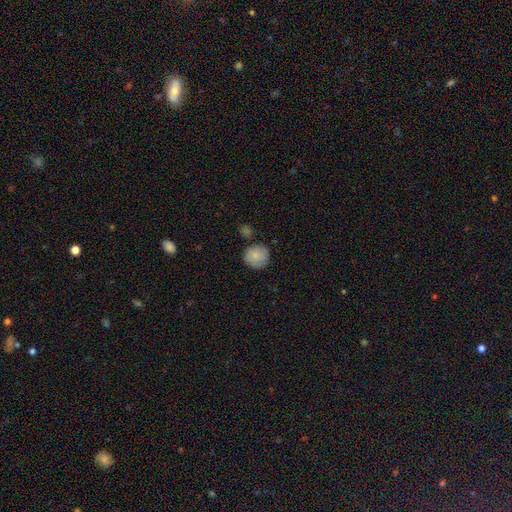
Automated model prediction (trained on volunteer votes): This is clearly a smooth galaxy (84%). How rounded: clearly round (90%). Merging: likely none (74%).